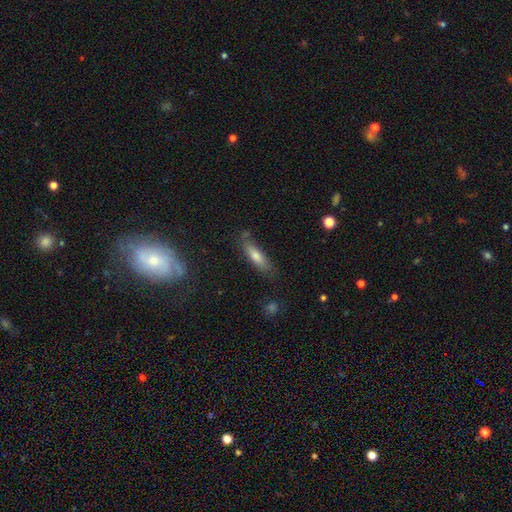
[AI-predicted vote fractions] Morphology: type=smooth (66%); roundness=cigar-shaped (65%); merging=none (74%).